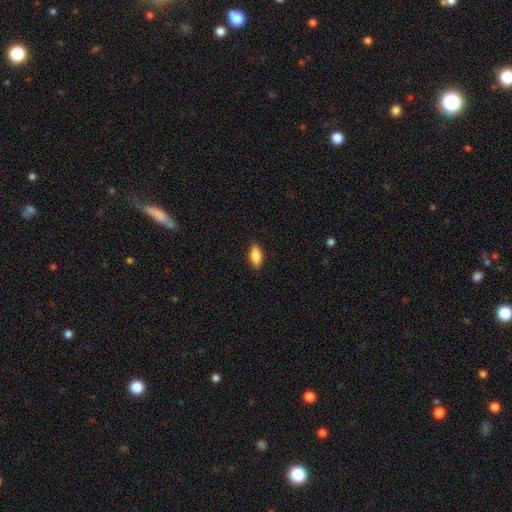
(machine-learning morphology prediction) Smooth or featured? smooth (86%)
How rounded? in between (88%)
Merging? none (88%)